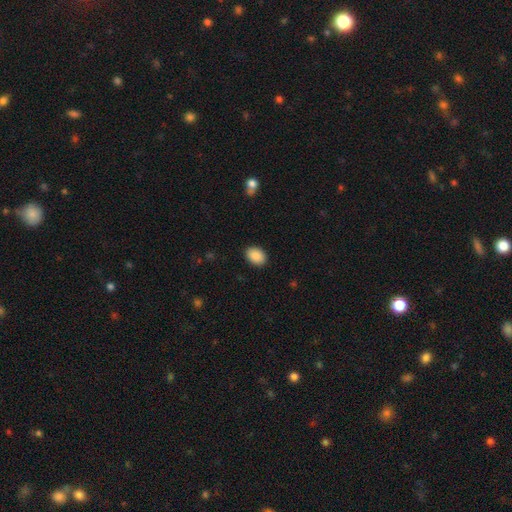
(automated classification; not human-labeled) This appears to be a smooth galaxy with no disk features (90%) that is in between round and cigar-shaped (77%). Merging: none (90%).